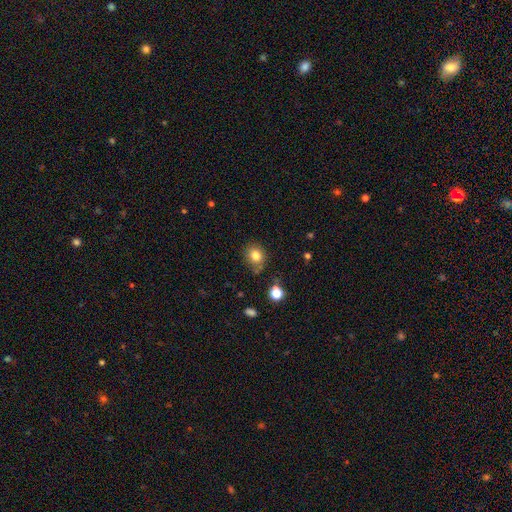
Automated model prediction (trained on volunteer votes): Overall: smooth (81%). How rounded: round (64%; in between 35%). Merging: none (74%).